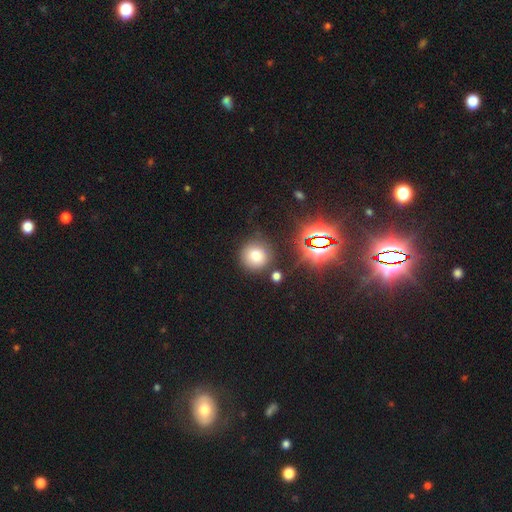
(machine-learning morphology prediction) A smooth galaxy with no disk features (74%) that is round (93%).

Vote fractions:
- Smooth or featured? smooth: 74% / star or artifact: 18% / featured or disk: 8%
- How rounded? round: 93% / in between: 6% / cigar-shaped: 1%
- Merging? none: 80% / minor disturbance: 11% / merger: 5% / major disturbance: 4%